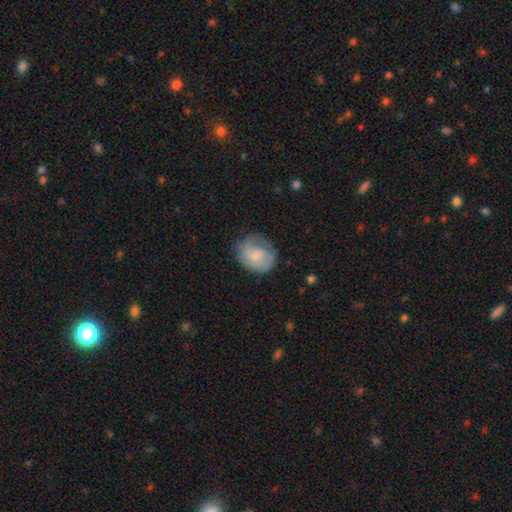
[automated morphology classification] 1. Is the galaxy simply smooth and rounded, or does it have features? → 58% smooth, 35% featured or disk, 7% star or artifact.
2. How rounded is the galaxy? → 56% round, 43% in between, 1% cigar-shaped.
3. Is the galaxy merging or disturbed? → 60% none, 27% minor disturbance, 12% major disturbance, 1% merger.